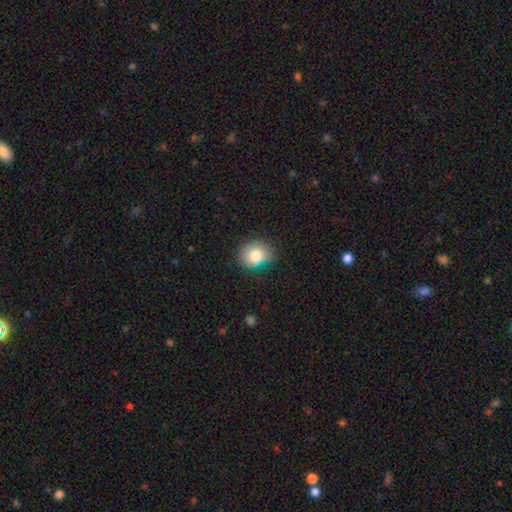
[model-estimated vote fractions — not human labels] Smooth or featured: smooth — 81% (star or artifact — 10%)
How rounded: round — 75% (in between — 24%)
Merging: none — 72% (minor disturbance — 21%)